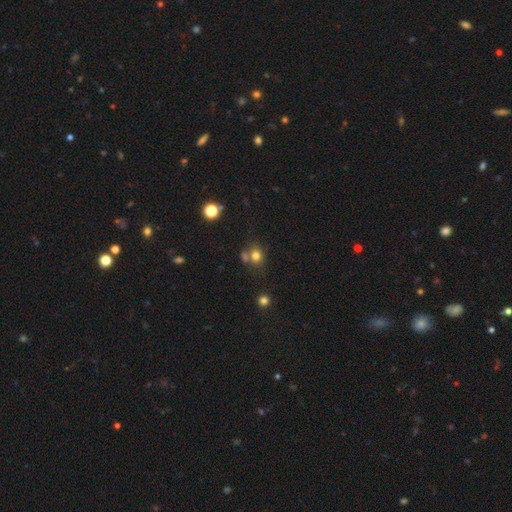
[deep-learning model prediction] Morphology: type=smooth (76%); roundness=round (69%); merging=none (56%).